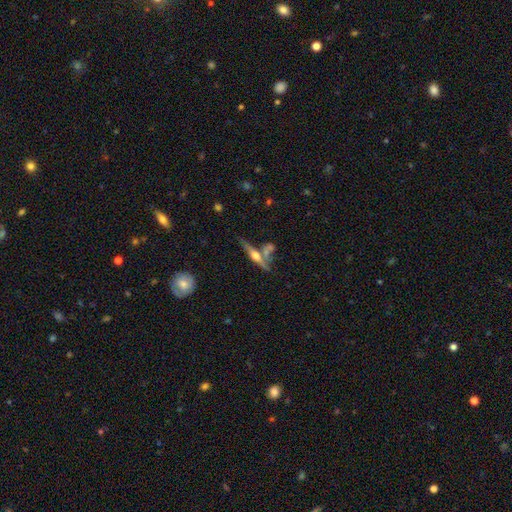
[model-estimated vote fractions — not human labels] Smooth or featured: featured or disk — 70% (smooth — 23%)
Edge-on disk: yes — 94% (no — 6%)
Edge-on bulge: rounded — 90% (boxy — 5%)
Merging: none — 57% (merger — 24%)